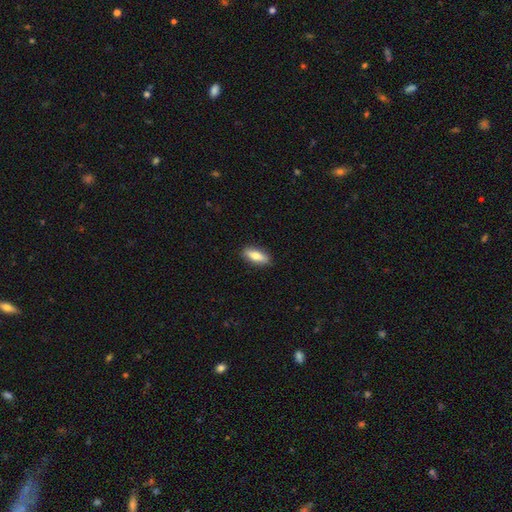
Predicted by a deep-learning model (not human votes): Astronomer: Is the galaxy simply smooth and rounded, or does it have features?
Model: smooth — 74%.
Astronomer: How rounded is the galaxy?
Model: in between — 69%.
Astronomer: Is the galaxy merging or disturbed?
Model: none — 88%.